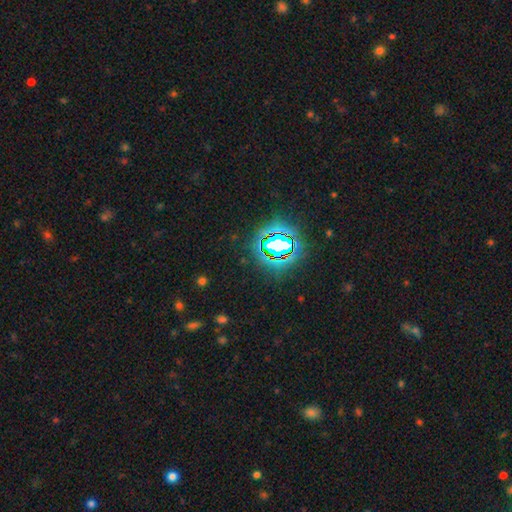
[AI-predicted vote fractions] A star or artifact, not a galaxy (82%).

Vote fractions:
- Smooth or featured? star or artifact: 82% / smooth: 11% / featured or disk: 7%